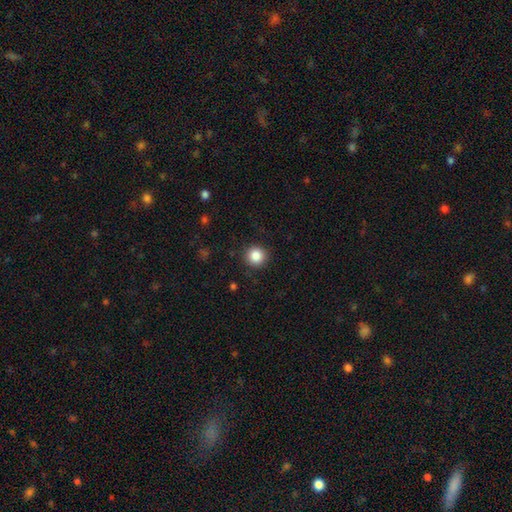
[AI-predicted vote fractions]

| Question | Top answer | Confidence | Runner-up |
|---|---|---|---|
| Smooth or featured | smooth | 86% | star or artifact (10%) |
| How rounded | round | 94% | in between (6%) |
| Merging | none | 91% | minor disturbance (6%) |